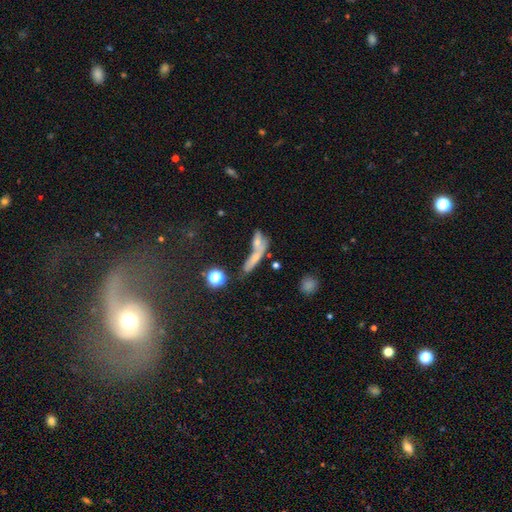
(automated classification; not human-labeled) Morphology: type=smooth (51%); roundness=cigar-shaped (60%); merging=merger (48%).